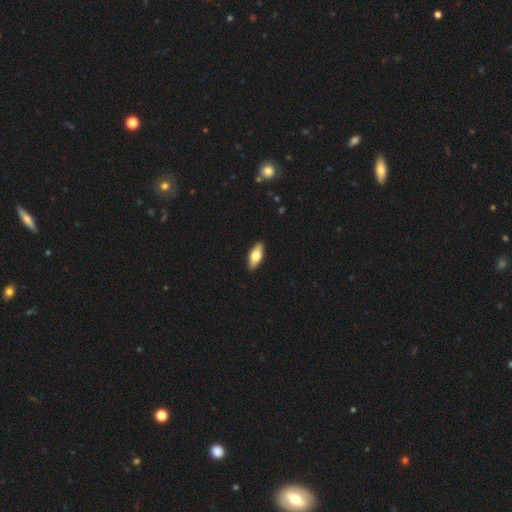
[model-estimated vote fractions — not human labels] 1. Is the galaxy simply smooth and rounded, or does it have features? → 66% smooth, 28% featured or disk, 5% star or artifact.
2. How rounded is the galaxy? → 79% in between, 18% cigar-shaped, 3% round.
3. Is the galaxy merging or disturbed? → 91% none, 7% minor disturbance, 1% major disturbance, 1% merger.